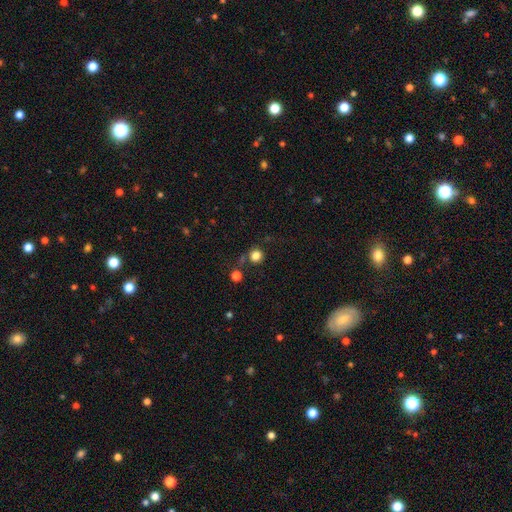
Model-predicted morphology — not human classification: Smooth or featured?
  - smooth: 81% *
  - star or artifact: 13%
  - featured or disk: 5%
How rounded?
  - round: 93% *
  - in between: 6%
  - cigar-shaped: 1%
Merging?
  - none: 75% *
  - merger: 11%
  - minor disturbance: 10%
  - major disturbance: 4%